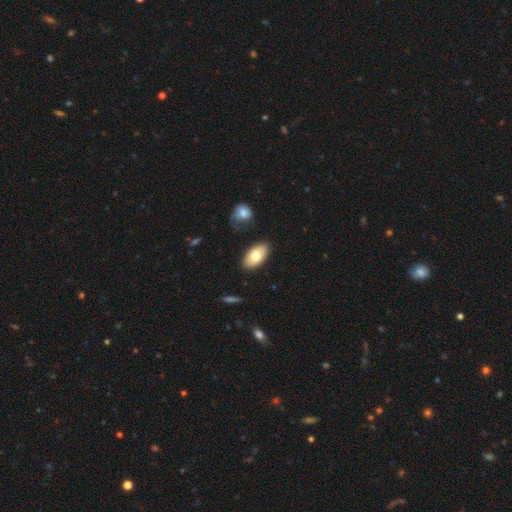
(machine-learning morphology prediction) Smooth or featured: smooth — 74% (featured or disk — 20%)
How rounded: in between — 94% (round — 4%)
Merging: none — 85% (minor disturbance — 10%)